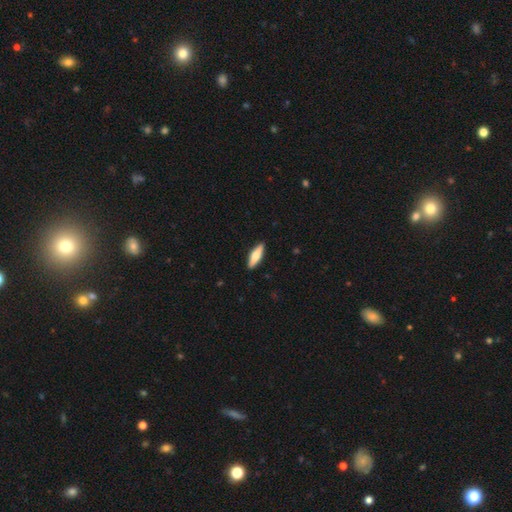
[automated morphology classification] A smooth galaxy with no disk features (59%) that is cigar-shaped (61%). Merging: none (90%).